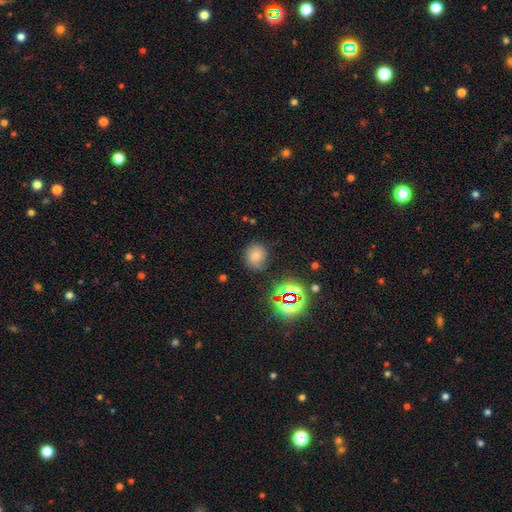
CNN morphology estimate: Overall: smooth (54%; star or artifact 34%). How rounded: round (79%). Merging: none (83%).